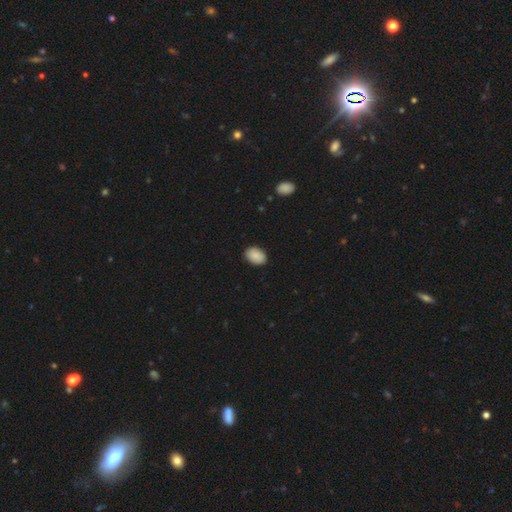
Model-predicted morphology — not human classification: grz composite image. It shows a smooth galaxy with no disk features (89%) that is in between round and cigar-shaped (80%). Merging: none (88%).